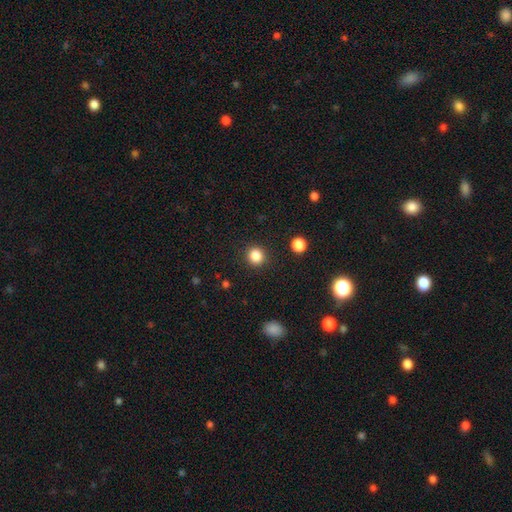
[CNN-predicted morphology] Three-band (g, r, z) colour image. It shows a smooth galaxy with no disk features (85%) that is round (88%). Merging: none (90%).